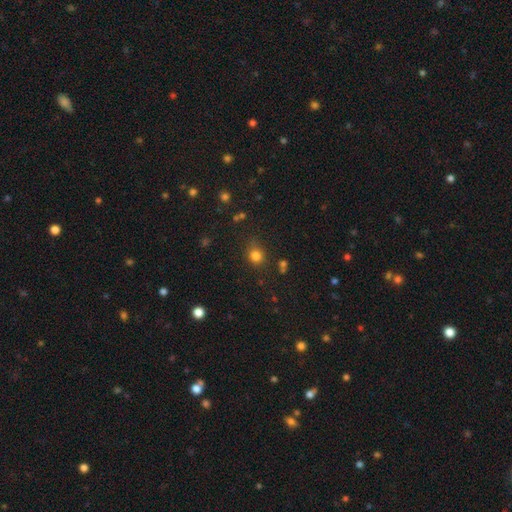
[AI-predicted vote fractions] This is clearly a smooth galaxy (80%). How rounded: likely round (79%). Merging: likely none (73%).